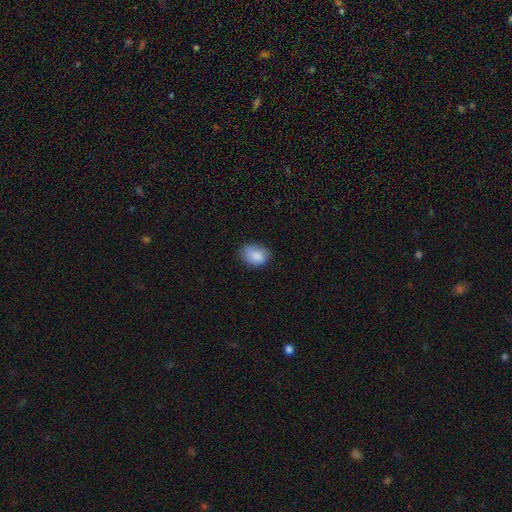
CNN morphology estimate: This appears to be a smooth galaxy with no disk features (87%) that is in between round and cigar-shaped (71%). Merging: none (73%).